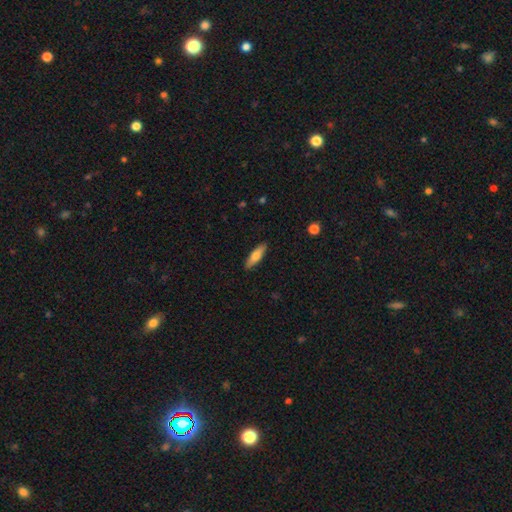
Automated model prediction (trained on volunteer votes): smooth 70%, featured or disk 25%, star or artifact 6%. Down the decision tree: how rounded — cigar-shaped (64%); merging — none (90%).